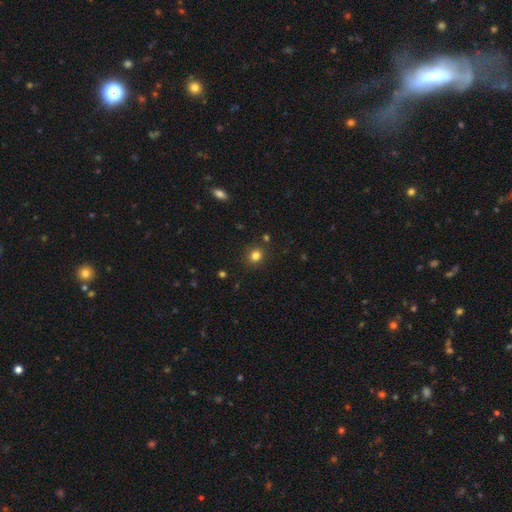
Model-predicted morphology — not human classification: Smooth or featured?
  - smooth: 82% *
  - star or artifact: 13%
  - featured or disk: 5%
How rounded?
  - round: 80% *
  - in between: 19%
  - cigar-shaped: 1%
Merging?
  - none: 87% *
  - minor disturbance: 8%
  - major disturbance: 2%
  - merger: 2%